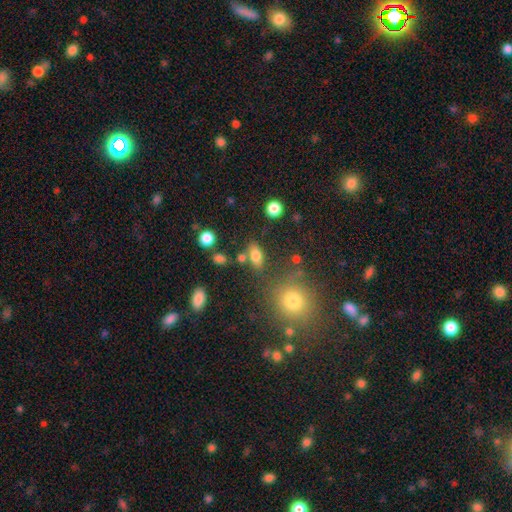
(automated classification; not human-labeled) Smooth or featured: smooth — 77% (star or artifact — 12%)
How rounded: in between — 83% (round — 11%)
Merging: none — 68% (minor disturbance — 14%)